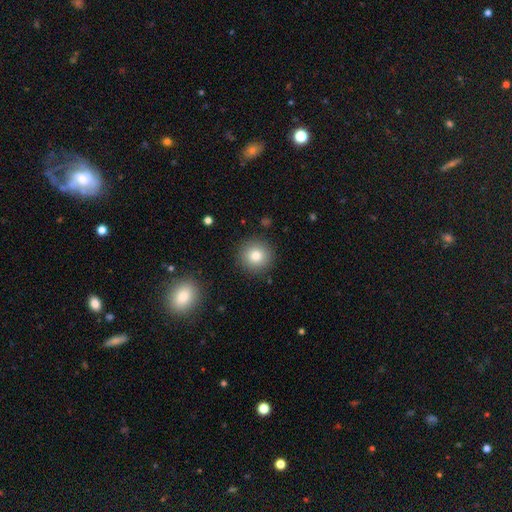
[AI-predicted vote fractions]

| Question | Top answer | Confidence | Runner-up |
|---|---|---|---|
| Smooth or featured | smooth | 81% | star or artifact (10%) |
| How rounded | round | 94% | in between (5%) |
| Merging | none | 90% | minor disturbance (6%) |